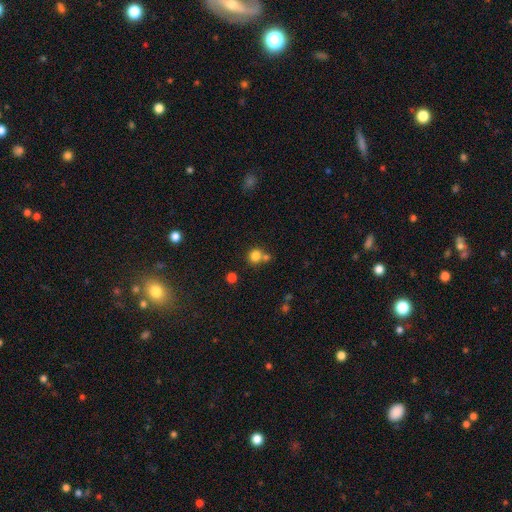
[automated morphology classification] This is clearly a smooth galaxy (80%). How rounded: clearly round (87%). Merging: possibly none (59%).